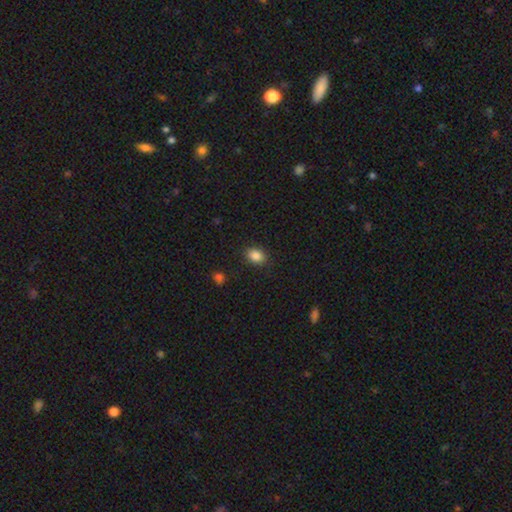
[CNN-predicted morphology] A smooth galaxy with no disk features (86%) that is in between round and cigar-shaped (69%). Merging: none (87%).